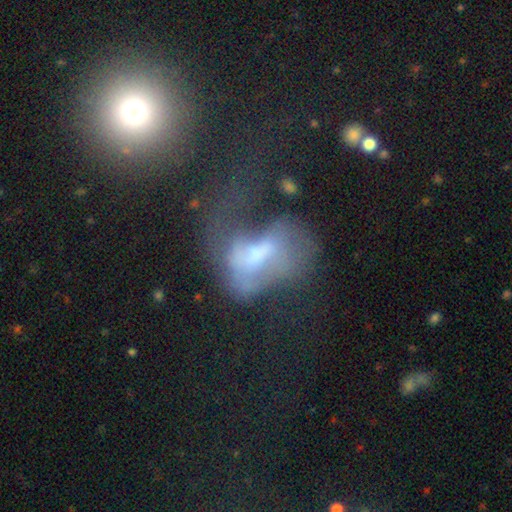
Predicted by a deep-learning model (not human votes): A featured or disk galaxy (54%) with no bar (55%), no spiral arms (66%) and a moderate central bulge (39%). Merging: major disturbance (55%).